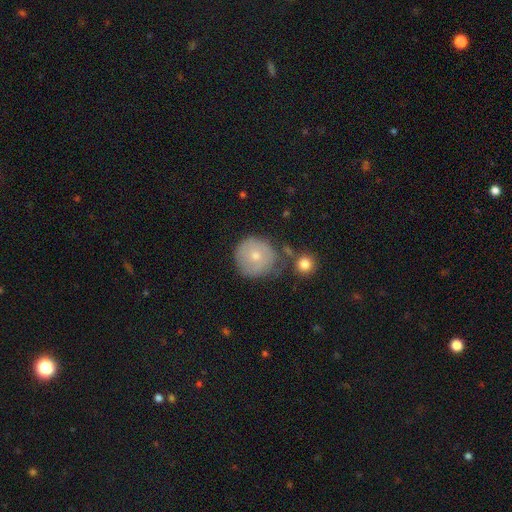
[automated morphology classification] smooth_or_featured: smooth (p=0.65) [alt: featured or disk p=0.28]
how_rounded: round (p=0.93) [alt: in between p=0.06]
merging: none (p=0.65) [alt: minor disturbance p=0.21]